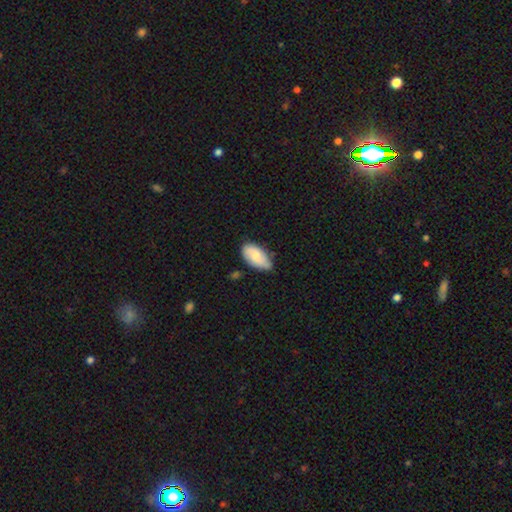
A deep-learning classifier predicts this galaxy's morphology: Q: Smooth or featured?
A: smooth (71%); runner-up: featured or disk (23%)
Q: How rounded?
A: in between (94%); runner-up: round (3%)
Q: Merging?
A: none (60%); runner-up: minor disturbance (32%)